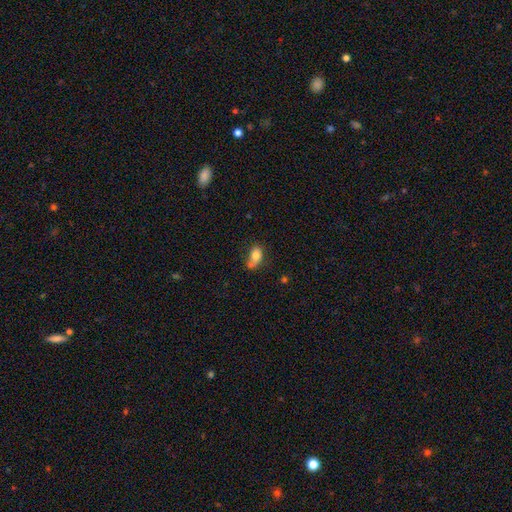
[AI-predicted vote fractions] Morphology: type=smooth (76%); roundness=in between (84%); merging=none (40%).